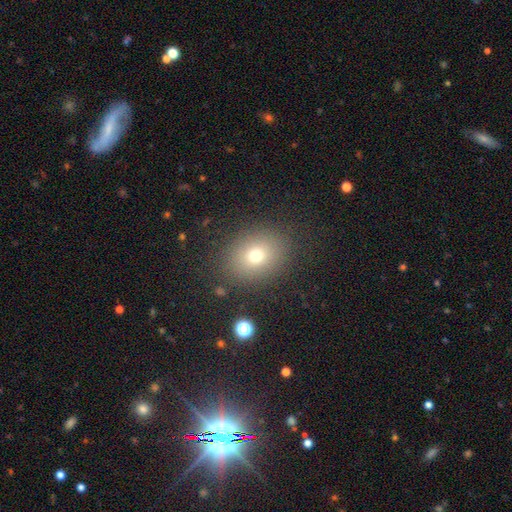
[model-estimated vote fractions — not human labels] Smooth or featured?
  - smooth: 72% *
  - star or artifact: 16%
  - featured or disk: 13%
How rounded?
  - in between: 50% *
  - round: 49%
  - cigar-shaped: 1%
Merging?
  - none: 84% *
  - minor disturbance: 10%
  - major disturbance: 5%
  - merger: 2%